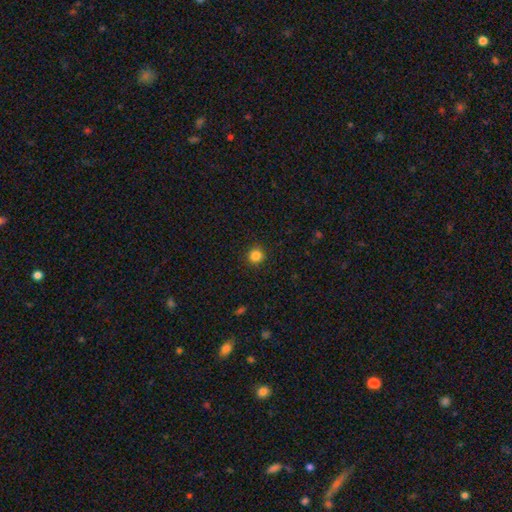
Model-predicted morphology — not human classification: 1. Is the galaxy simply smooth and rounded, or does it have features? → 85% smooth, 12% star or artifact, 3% featured or disk.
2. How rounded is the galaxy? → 94% round, 5% in between, 1% cigar-shaped.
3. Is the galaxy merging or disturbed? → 92% none, 5% minor disturbance, 2% major disturbance, 1% merger.